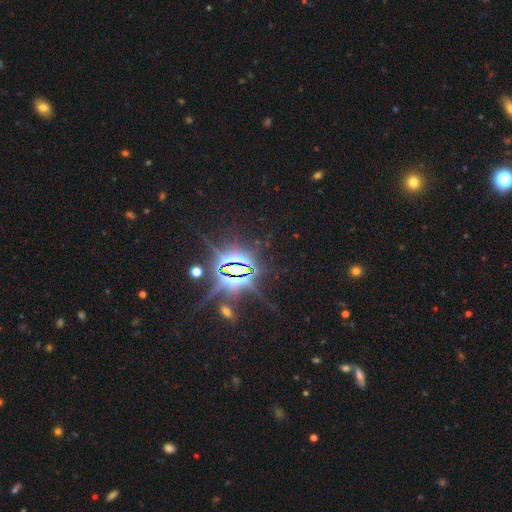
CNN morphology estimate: A star or artifact, not a galaxy (87%).

Vote fractions:
- Smooth or featured? star or artifact: 87% / smooth: 7% / featured or disk: 6%